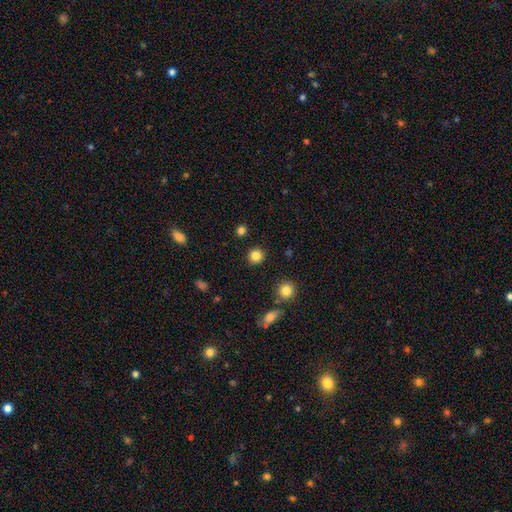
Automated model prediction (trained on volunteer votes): A smooth galaxy with no disk features (84%) that is round (91%). Merging: none (91%).